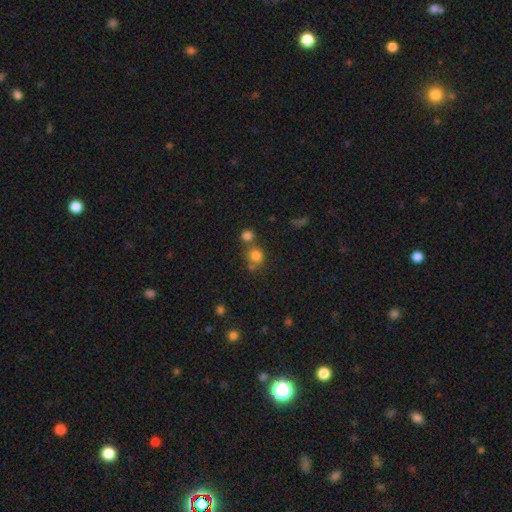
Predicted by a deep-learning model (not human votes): A smooth galaxy with no disk features (78%) that is round (81%). Merging: none (55%).